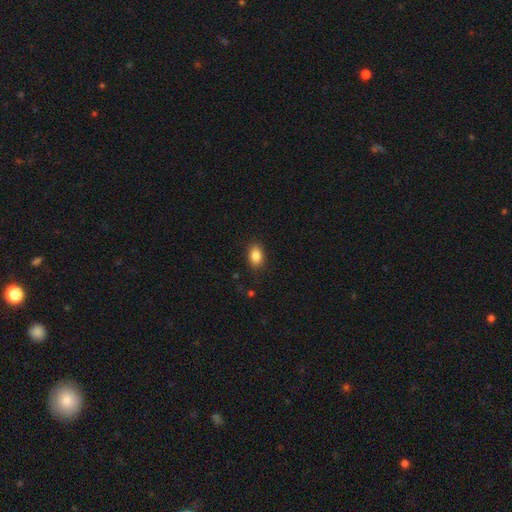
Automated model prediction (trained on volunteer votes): Smooth or featured?
  - smooth: 86% *
  - star or artifact: 9%
  - featured or disk: 5%
How rounded?
  - in between: 82% *
  - round: 16%
  - cigar-shaped: 1%
Merging?
  - none: 87% *
  - minor disturbance: 10%
  - major disturbance: 3%
  - merger: 1%